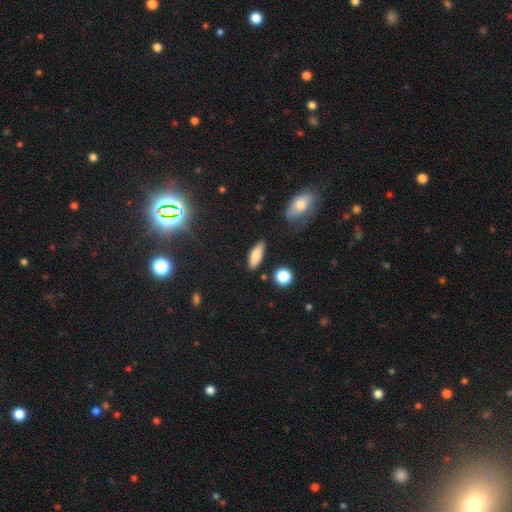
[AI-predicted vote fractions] Morphology: type=smooth (78%); roundness=in between (61%); merging=none (80%).